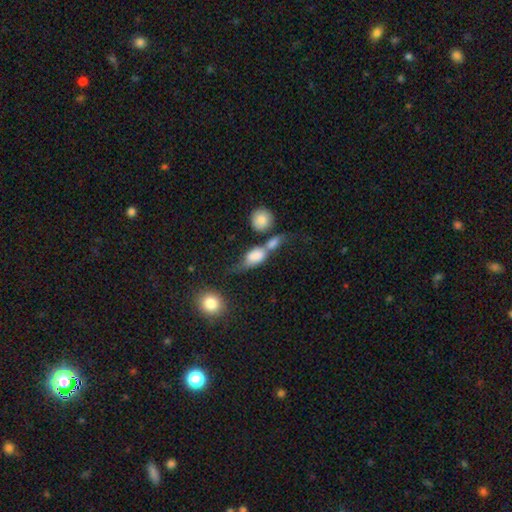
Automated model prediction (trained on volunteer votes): Smooth or featured?
  - smooth: 65% *
  - featured or disk: 26%
  - star or artifact: 8%
How rounded?
  - in between: 73% *
  - round: 16%
  - cigar-shaped: 11%
Merging?
  - merger: 41% *
  - none: 24%
  - minor disturbance: 18%
  - major disturbance: 17%